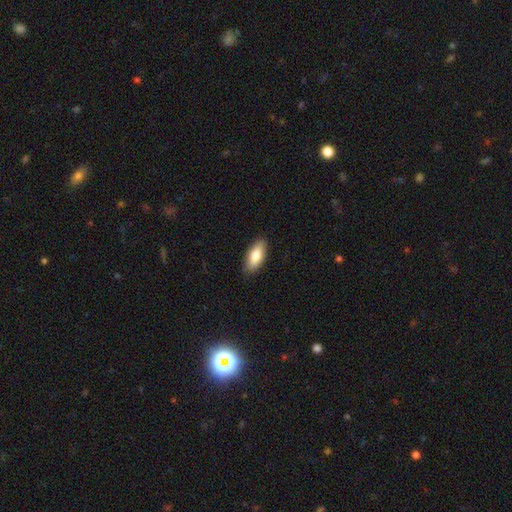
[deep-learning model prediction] The model was most divided on "smooth or featured": smooth: 80%, featured or disk: 14%, star or artifact: 6%. More confident: merging — none (87%); how rounded — in between (85%).